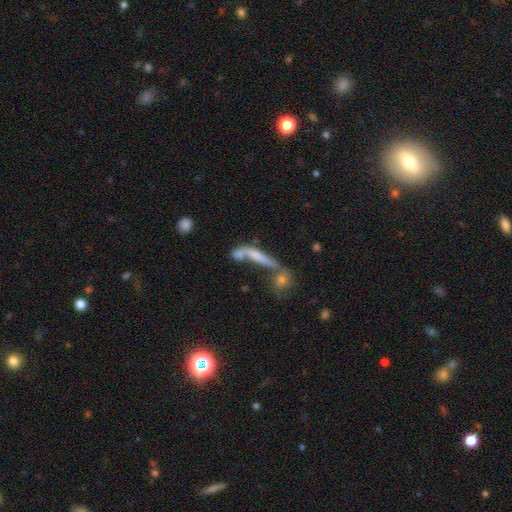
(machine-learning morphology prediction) This is possibly a smooth galaxy (47%). Merging: marginally merger (43%).